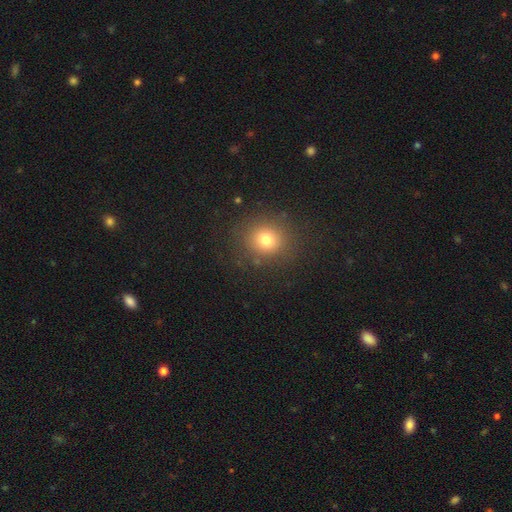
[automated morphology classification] Q: Smooth or featured?
A: smooth (69%); runner-up: star or artifact (24%)
Q: How rounded?
A: round (88%); runner-up: in between (11%)
Q: Merging?
A: none (91%); runner-up: minor disturbance (6%)